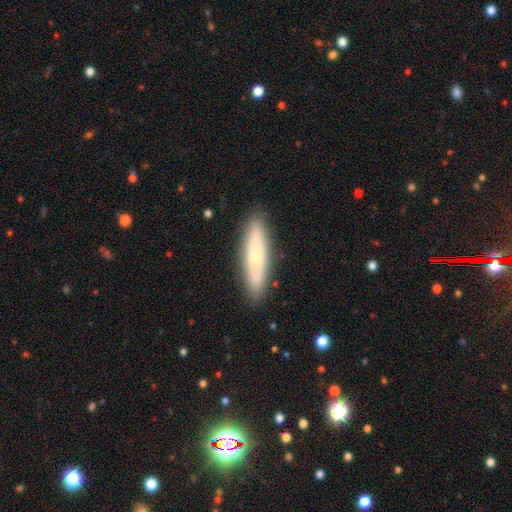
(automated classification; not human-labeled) A smooth galaxy with no disk features (56%) that is cigar-shaped (73%).

Vote fractions:
- Smooth or featured? smooth: 56% / featured or disk: 37% / star or artifact: 7%
- How rounded? cigar-shaped: 73% / in between: 25% / round: 2%
- Merging? none: 88% / minor disturbance: 9% / major disturbance: 2% / merger: 1%